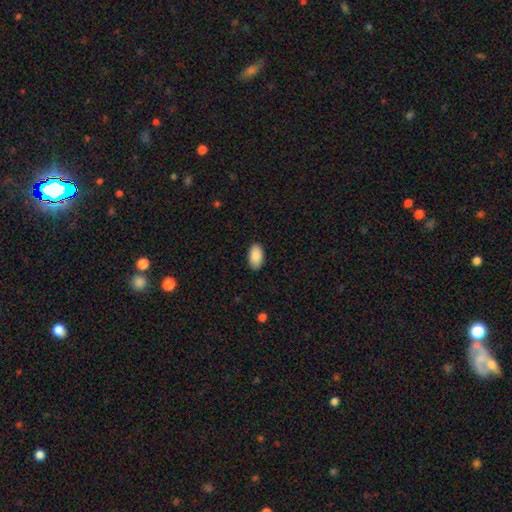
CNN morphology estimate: Smooth or featured?
  - smooth: 90% *
  - star or artifact: 6%
  - featured or disk: 4%
How rounded?
  - in between: 95% *
  - round: 3%
  - cigar-shaped: 2%
Merging?
  - none: 89% *
  - minor disturbance: 8%
  - major disturbance: 2%
  - merger: 1%